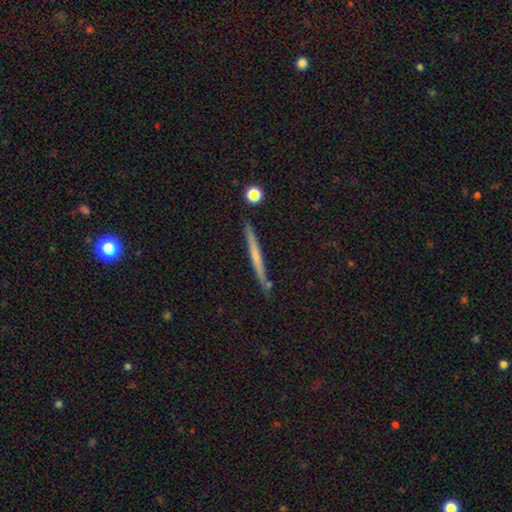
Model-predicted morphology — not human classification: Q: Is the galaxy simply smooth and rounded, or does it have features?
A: featured or disk — 47%.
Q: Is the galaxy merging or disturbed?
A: none — 86%.